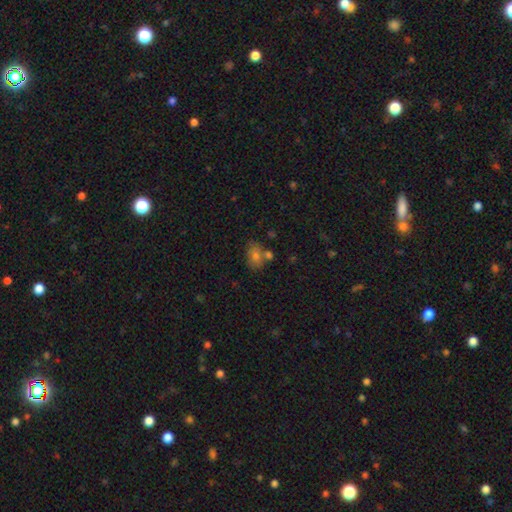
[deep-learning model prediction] Morphology: type=smooth (70%); roundness=in between (77%); merging=none (66%).